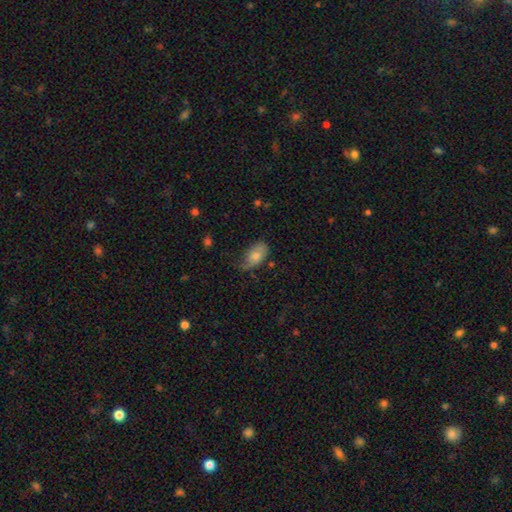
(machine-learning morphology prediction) This appears to be a smooth galaxy with no disk features (73%) that is in between round and cigar-shaped (92%). Merging: none (47%).